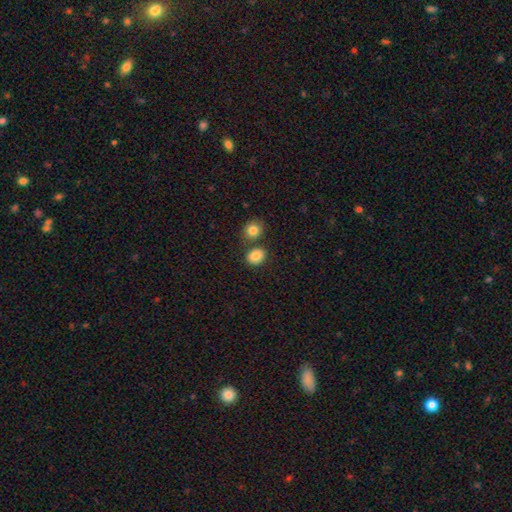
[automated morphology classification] The model was most divided on "how rounded": in between: 52%, round: 47%, cigar-shaped: 1%. More confident: smooth or featured — smooth (85%); merging — none (69%).